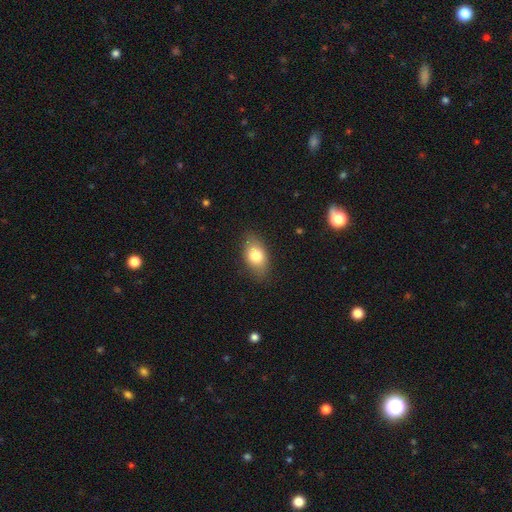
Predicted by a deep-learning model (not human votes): A smooth galaxy with no disk features (78%) that is in between round and cigar-shaped (88%). Merging: none (82%).